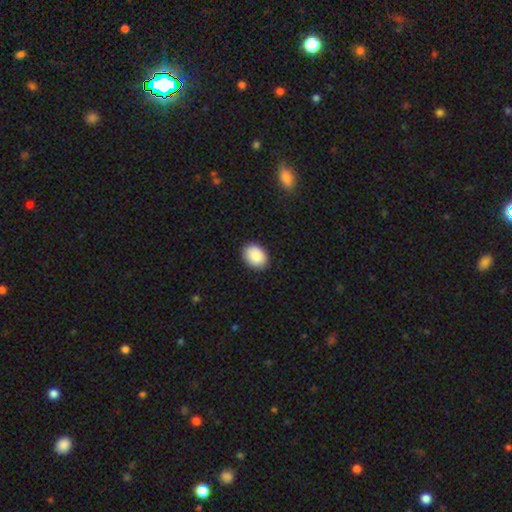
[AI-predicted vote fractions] smooth-or-featured: smooth: 89% | star or artifact: 7% | featured or disk: 4%
  how-rounded: in between: 74% | round: 25% | cigar-shaped: 1%
  merging: none: 89% | minor disturbance: 9% | major disturbance: 2% | merger: 1%